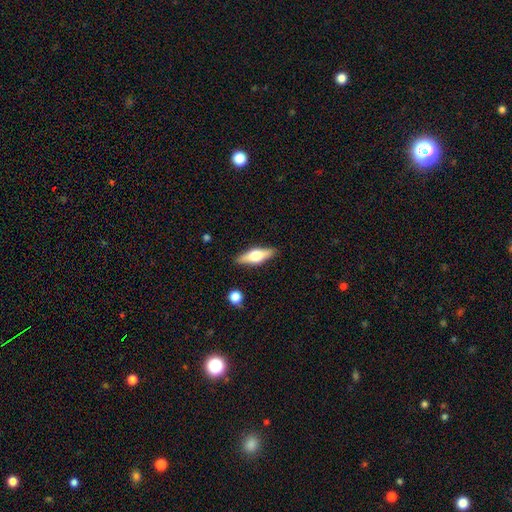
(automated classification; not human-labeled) The model was most divided on "smooth or featured": featured or disk: 50%, smooth: 44%, star or artifact: 6%. More confident: merging — none (87%).